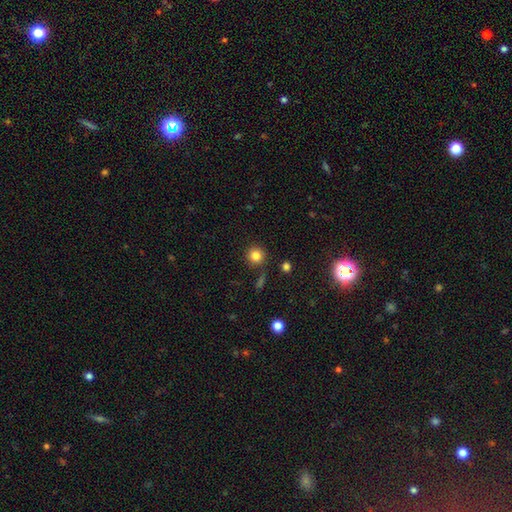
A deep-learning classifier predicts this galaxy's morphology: smooth 83%, star or artifact 12%, featured or disk 6%. Down the decision tree: how rounded — round (94%); merging — none (85%).